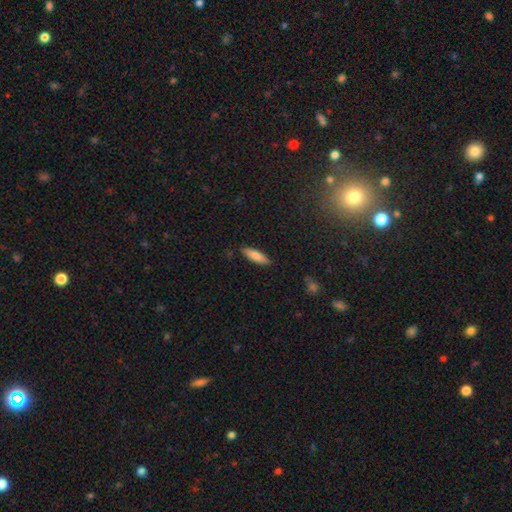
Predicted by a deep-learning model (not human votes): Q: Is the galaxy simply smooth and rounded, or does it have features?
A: smooth — 81%.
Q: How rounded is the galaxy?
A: cigar-shaped — 60%.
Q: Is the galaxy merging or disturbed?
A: none — 87%.